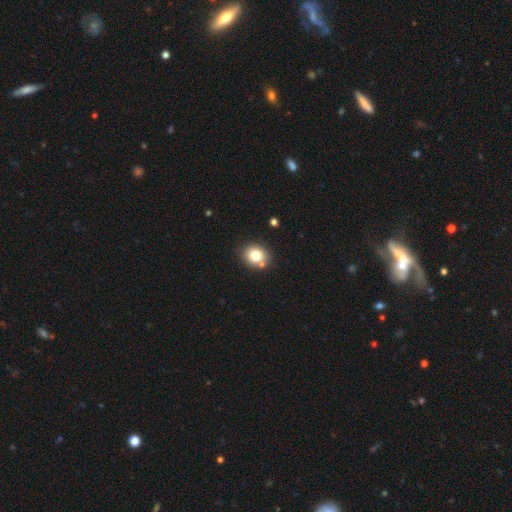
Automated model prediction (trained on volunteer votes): A smooth galaxy with no disk features (80%) that is round (68%).

Vote fractions:
- Smooth or featured? smooth: 80% / star or artifact: 11% / featured or disk: 9%
- How rounded? round: 68% / in between: 32% / cigar-shaped: 1%
- Merging? none: 75% / minor disturbance: 11% / merger: 11% / major disturbance: 3%